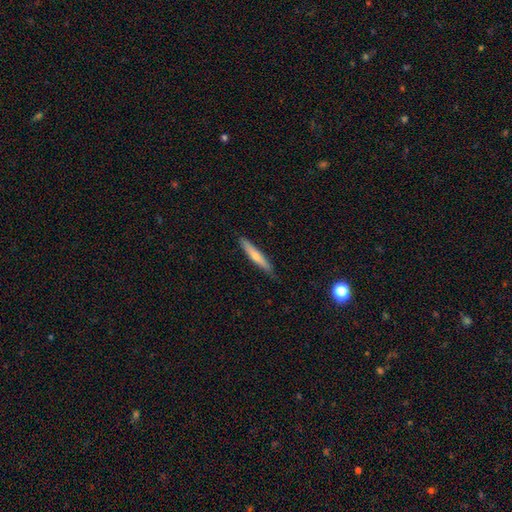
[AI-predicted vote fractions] Smooth or featured: smooth — 57% (featured or disk — 37%)
How rounded: cigar-shaped — 93% (in between — 6%)
Merging: none — 87% (minor disturbance — 10%)